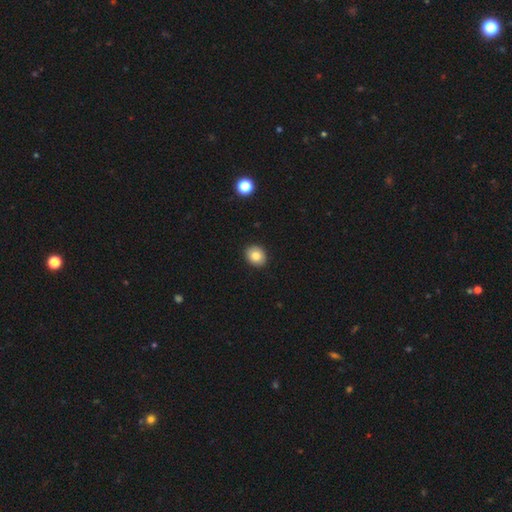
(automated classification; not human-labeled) Smooth or featured? smooth (83%)
How rounded? round (58%)
Merging? none (91%)